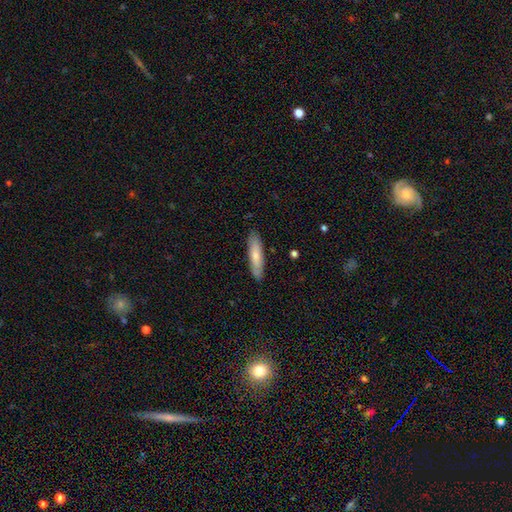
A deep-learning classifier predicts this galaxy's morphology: Q: Smooth or featured?
A: smooth (69%); runner-up: featured or disk (25%)
Q: How rounded?
A: cigar-shaped (74%); runner-up: in between (25%)
Q: Merging?
A: none (85%); runner-up: minor disturbance (12%)